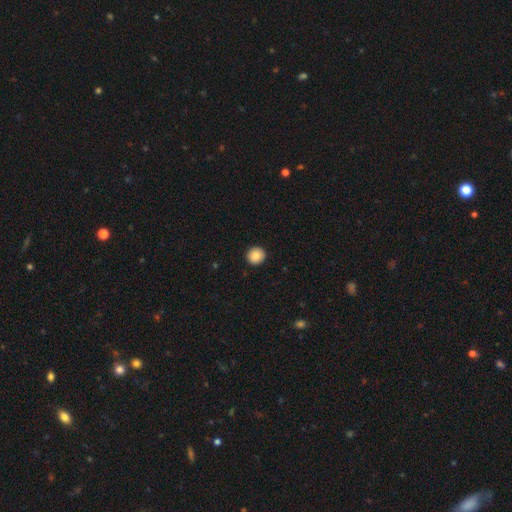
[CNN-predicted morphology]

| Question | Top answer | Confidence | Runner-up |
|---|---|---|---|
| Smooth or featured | smooth | 86% | star or artifact (8%) |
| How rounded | round | 95% | in between (4%) |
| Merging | none | 93% | minor disturbance (5%) |